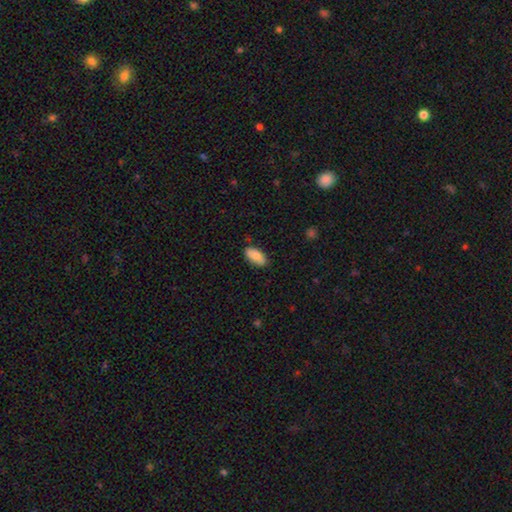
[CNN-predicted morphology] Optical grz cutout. It shows a smooth galaxy with no disk features (86%) that is in between round and cigar-shaped (87%). Merging: none (84%).